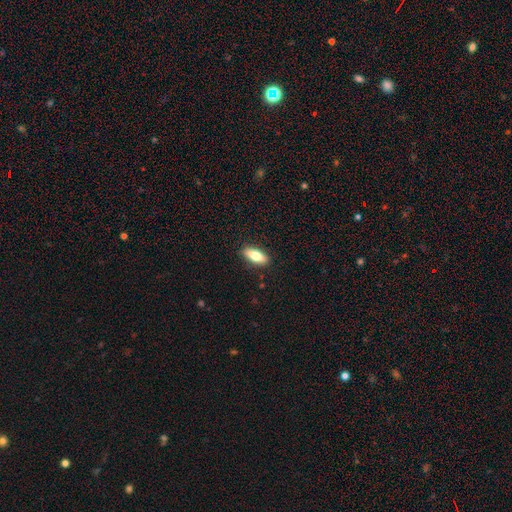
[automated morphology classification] Overall: smooth (73%). How rounded: in between (72%). Merging: none (88%).